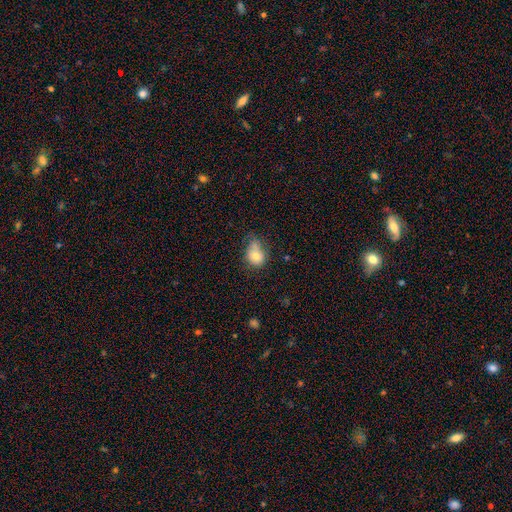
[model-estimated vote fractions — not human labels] Overall: smooth (74%). How rounded: in between (50%; round 49%). Merging: minor disturbance (36%; none 34%).